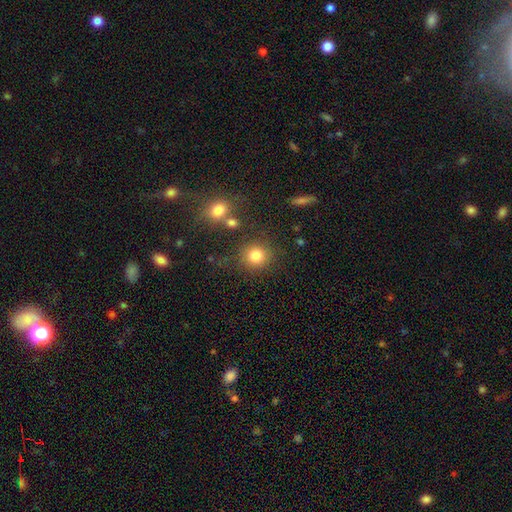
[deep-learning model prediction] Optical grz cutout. It shows a smooth galaxy with no disk features (82%) that is round (88%). Merging: none (80%).